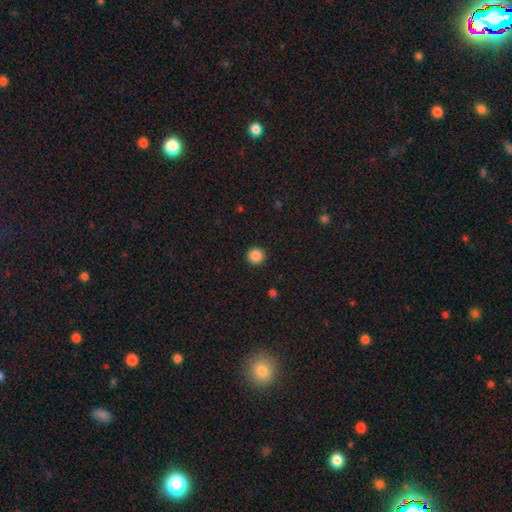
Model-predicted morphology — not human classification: Q: Smooth or featured?
A: smooth (87%); runner-up: star or artifact (10%)
Q: How rounded?
A: round (95%); runner-up: in between (4%)
Q: Merging?
A: none (93%); runner-up: minor disturbance (5%)